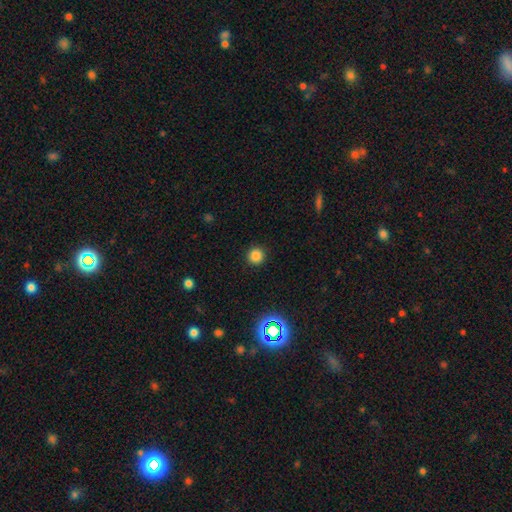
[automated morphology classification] smooth 82%, star or artifact 14%, featured or disk 4%. Down the decision tree: how rounded — round (94%); merging — none (92%).